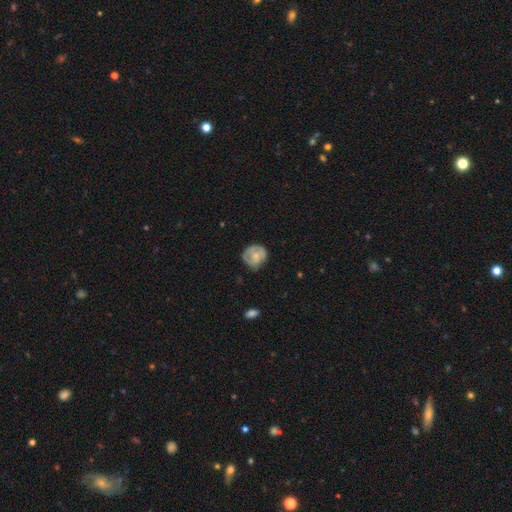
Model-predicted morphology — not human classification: This appears to be a smooth galaxy with no disk features (49%). Merging: none (58%).